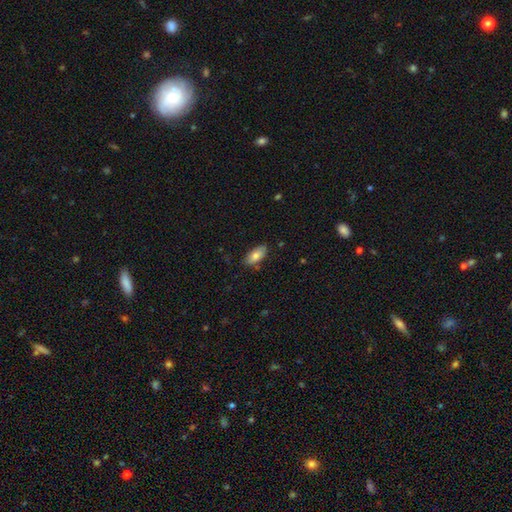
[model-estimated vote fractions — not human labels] Q: Smooth or featured?
A: smooth (77%); runner-up: featured or disk (16%)
Q: How rounded?
A: in between (90%); runner-up: cigar-shaped (7%)
Q: Merging?
A: none (79%); runner-up: minor disturbance (17%)